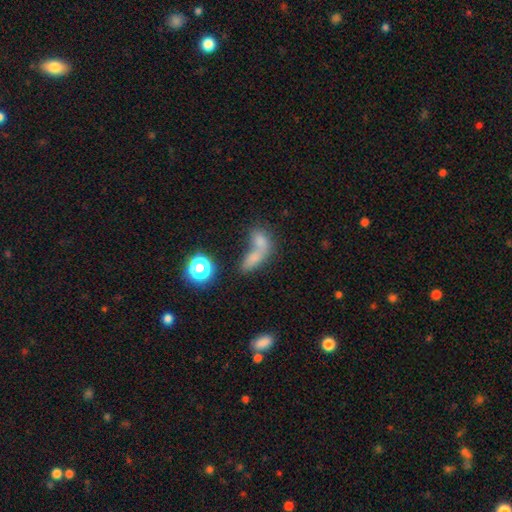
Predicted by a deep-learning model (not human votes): A smooth galaxy with no disk features (70%) that is in between round and cigar-shaped (69%). Merging: merger (64%).